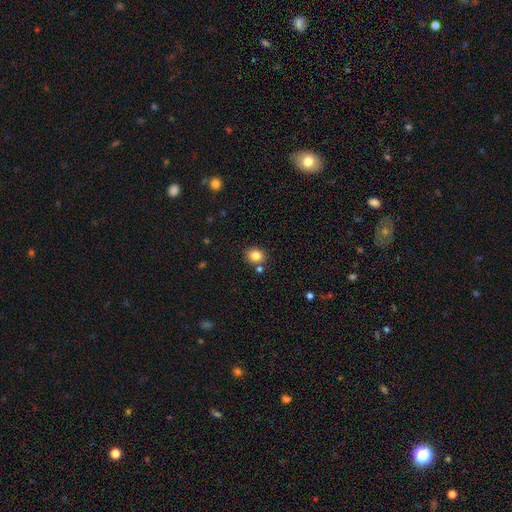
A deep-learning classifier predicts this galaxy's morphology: Smooth or featured? Predicted: smooth (p=0.83). How rounded? Predicted: round (p=0.71). Merging? Predicted: none (p=0.77).